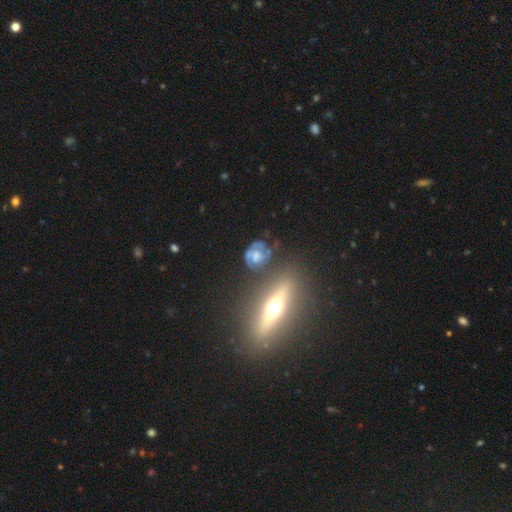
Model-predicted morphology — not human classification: Smooth or featured? Predicted: featured or disk (p=0.75). Edge-on disk? Predicted: no (p=0.93). Bar? Predicted: no (p=0.66). Spiral arms? Predicted: yes (p=0.86). Spiral winding? Predicted: tight (p=0.43). Spiral arm count? Predicted: 2 (p=0.65). Bulge size? Predicted: moderate (p=0.45). Merging? Predicted: none (p=0.62).